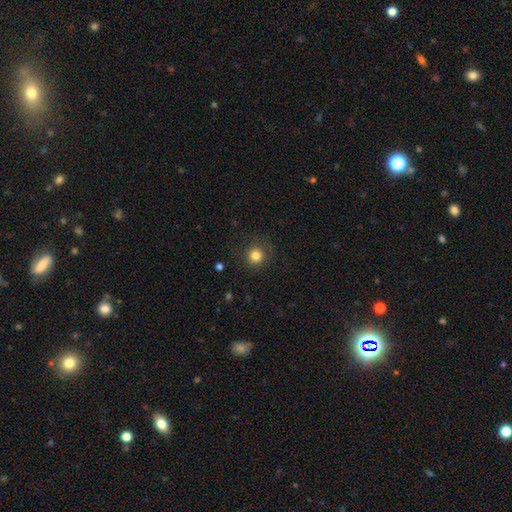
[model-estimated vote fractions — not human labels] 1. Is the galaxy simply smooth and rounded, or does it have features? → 82% smooth, 12% star or artifact, 5% featured or disk.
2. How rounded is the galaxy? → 93% round, 6% in between, 1% cigar-shaped.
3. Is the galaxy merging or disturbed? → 86% none, 9% minor disturbance, 4% major disturbance, 1% merger.